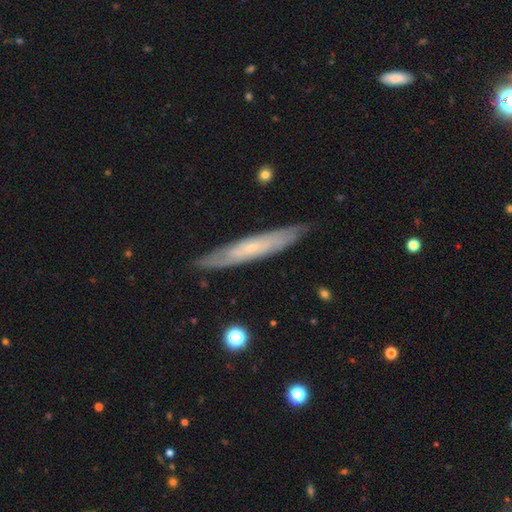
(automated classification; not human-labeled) smooth_or_featured: featured or disk (p=0.63) [alt: smooth p=0.30]
disk_edge_on: yes (p=0.67) [alt: no p=0.33]
merging: none (p=0.86) [alt: minor disturbance p=0.11]